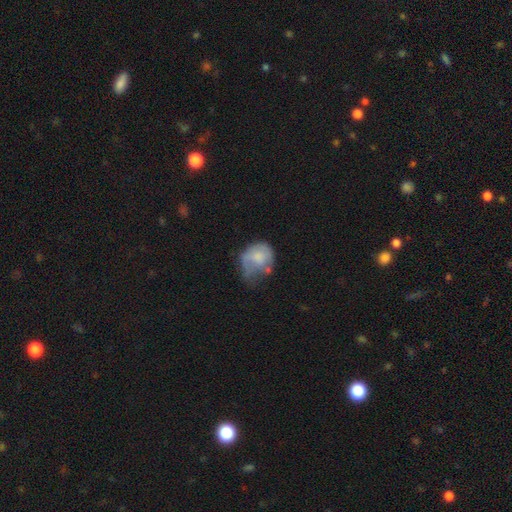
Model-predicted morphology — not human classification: Smooth or featured: smooth — 57% (featured or disk — 34%)
How rounded: round — 52% (in between — 47%)
Merging: minor disturbance — 36% (major disturbance — 33%)